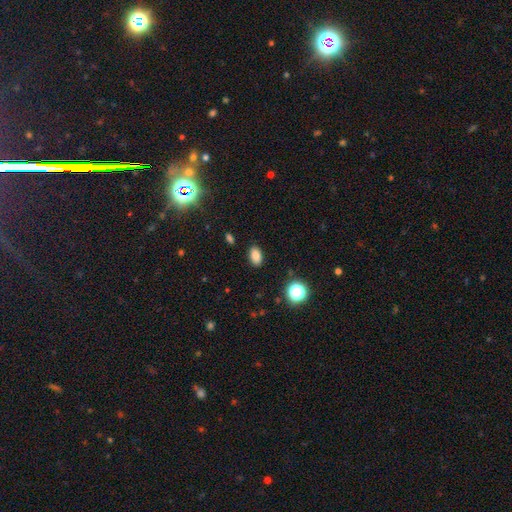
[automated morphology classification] Q: Smooth or featured?
A: smooth (83%); runner-up: star or artifact (12%)
Q: How rounded?
A: in between (88%); runner-up: round (11%)
Q: Merging?
A: none (88%); runner-up: minor disturbance (8%)